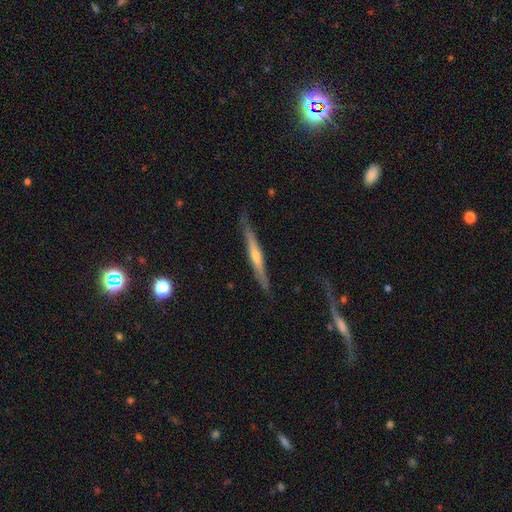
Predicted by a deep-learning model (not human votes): The model was most divided on "edge-on bulge": rounded: 69%, none: 26%, boxy: 5%. More confident: edge-on disk — yes (96%); merging — none (81%); smooth or featured — featured or disk (74%).